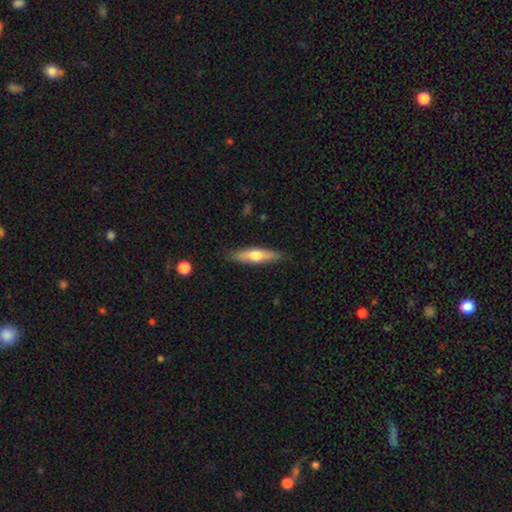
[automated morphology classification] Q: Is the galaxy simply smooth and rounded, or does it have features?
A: smooth — 51%.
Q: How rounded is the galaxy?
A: cigar-shaped — 74%.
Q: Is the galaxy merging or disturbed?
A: none — 87%.